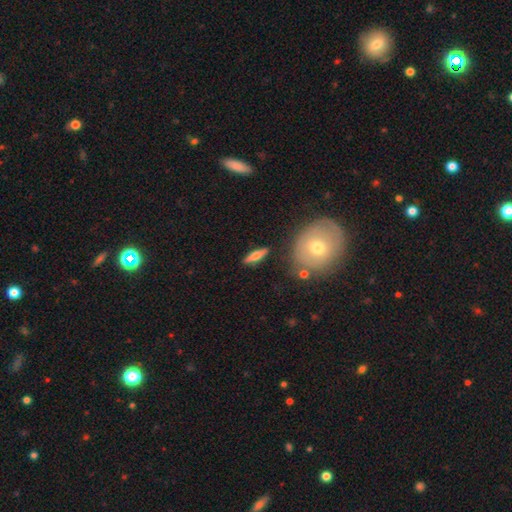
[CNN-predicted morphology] Q: Smooth or featured?
A: smooth (52%); runner-up: featured or disk (41%)
Q: How rounded?
A: cigar-shaped (64%); runner-up: in between (32%)
Q: Merging?
A: none (85%); runner-up: minor disturbance (9%)